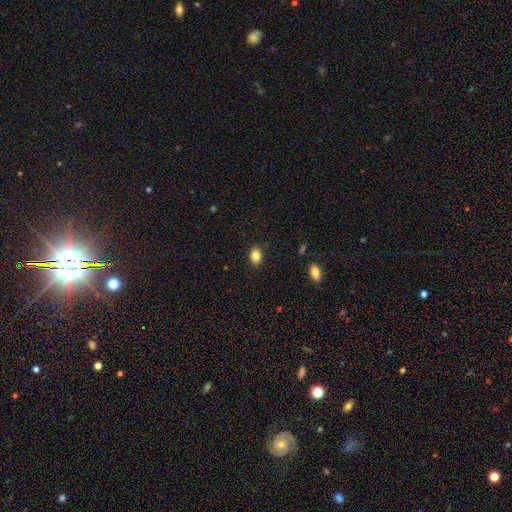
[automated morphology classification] Q: Smooth or featured?
A: smooth (84%); runner-up: star or artifact (9%)
Q: How rounded?
A: in between (76%); runner-up: round (23%)
Q: Merging?
A: none (89%); runner-up: minor disturbance (8%)